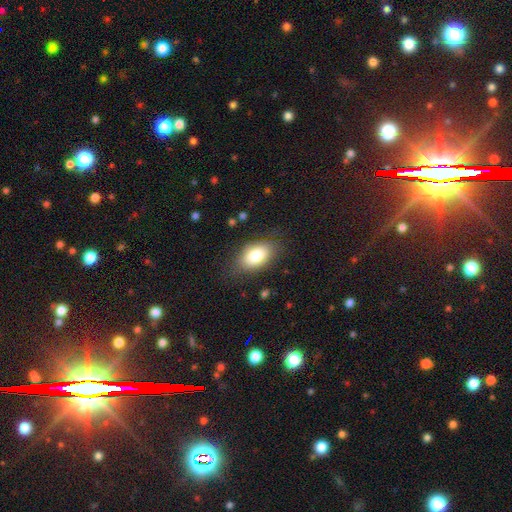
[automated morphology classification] Smooth or featured? Predicted: smooth (p=0.80). How rounded? Predicted: in between (p=0.90). Merging? Predicted: none (p=0.77).